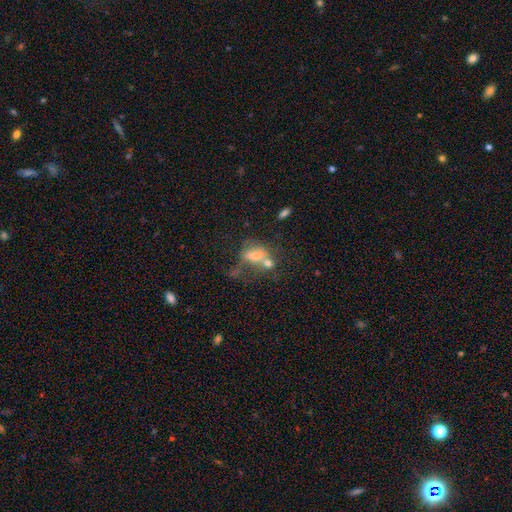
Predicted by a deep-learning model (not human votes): Smooth or featured?
  - smooth: 52% *
  - featured or disk: 31%
  - star or artifact: 17%
How rounded?
  - in between: 69% *
  - round: 24%
  - cigar-shaped: 7%
Merging?
  - merger: 41% *
  - none: 29%
  - major disturbance: 16%
  - minor disturbance: 14%